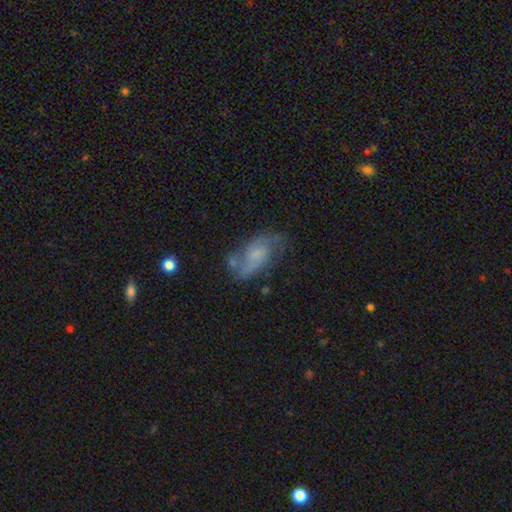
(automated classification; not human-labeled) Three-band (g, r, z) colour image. It shows a featured or disk galaxy (61%) with no bar (59%), spiral arms (83%) and a small central bulge (43%). Merging: none (51%).